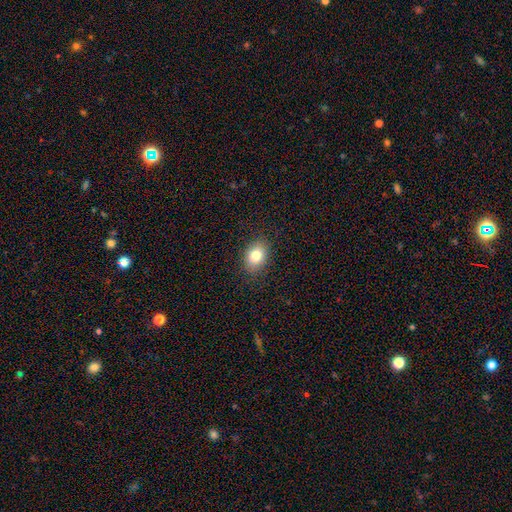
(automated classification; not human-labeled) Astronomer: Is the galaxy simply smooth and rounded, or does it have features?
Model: smooth — 80%.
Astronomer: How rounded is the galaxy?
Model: in between — 76%.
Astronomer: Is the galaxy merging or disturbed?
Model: none — 87%.